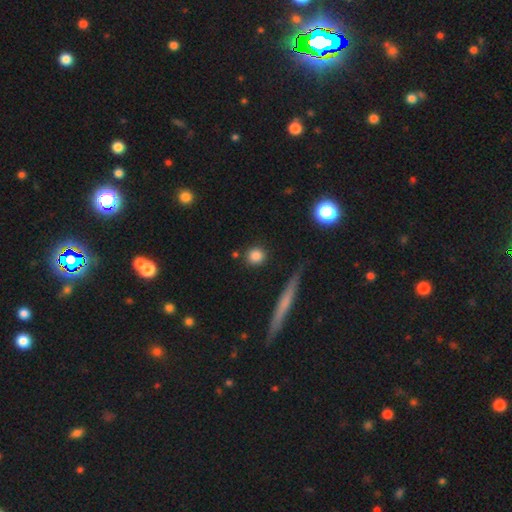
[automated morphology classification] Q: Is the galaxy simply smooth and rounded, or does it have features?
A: smooth — 84%.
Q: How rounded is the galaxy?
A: round — 90%.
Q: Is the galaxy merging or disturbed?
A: none — 85%.